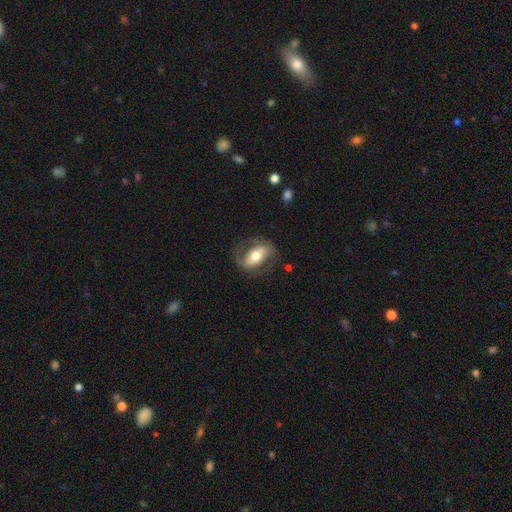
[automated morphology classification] smooth_or_featured: featured or disk (p=0.58) [alt: smooth p=0.36]
disk_edge_on: no (p=0.88) [alt: yes p=0.12]
bar: strong (p=0.46) [alt: no p=0.29]
has_spiral_arms: yes (p=0.68) [alt: no p=0.32]
bulge_size: moderate (p=0.66) [alt: large p=0.18]
merging: none (p=0.71) [alt: minor disturbance p=0.17]